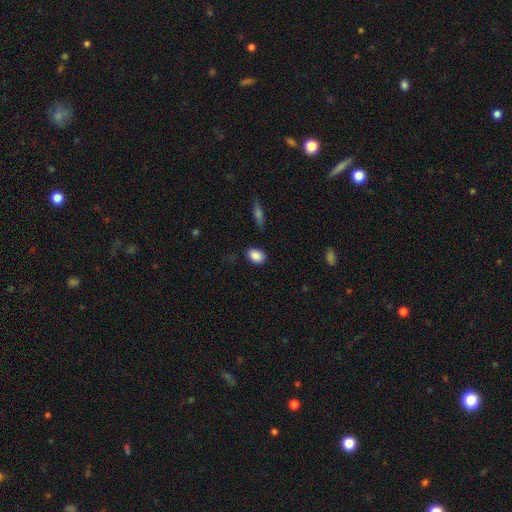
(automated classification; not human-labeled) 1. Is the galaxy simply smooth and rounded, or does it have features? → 88% smooth, 8% star or artifact, 4% featured or disk.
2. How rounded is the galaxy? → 76% in between, 22% round, 2% cigar-shaped.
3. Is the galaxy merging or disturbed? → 83% none, 12% minor disturbance, 3% major disturbance, 2% merger.